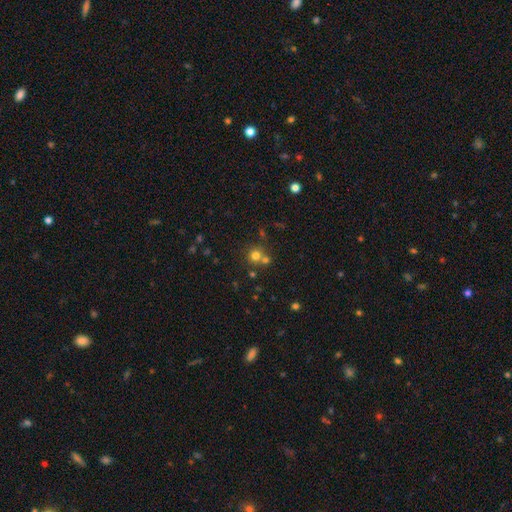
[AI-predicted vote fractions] smooth 71%, star or artifact 19%, featured or disk 10%. Down the decision tree: how rounded — round (90%); merging — none (60%).